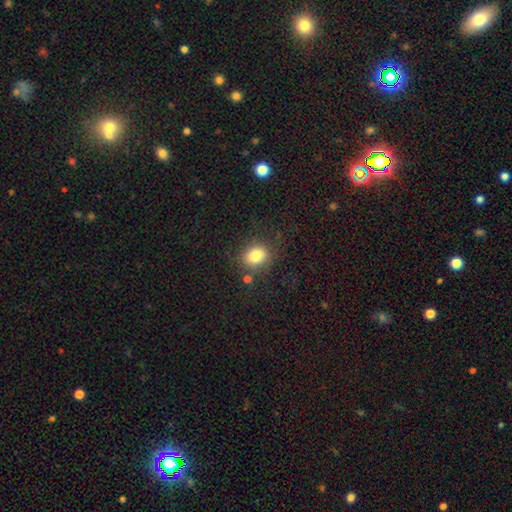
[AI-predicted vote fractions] smooth 82%, star or artifact 11%, featured or disk 7%. Down the decision tree: how rounded — round (56%); merging — none (76%).